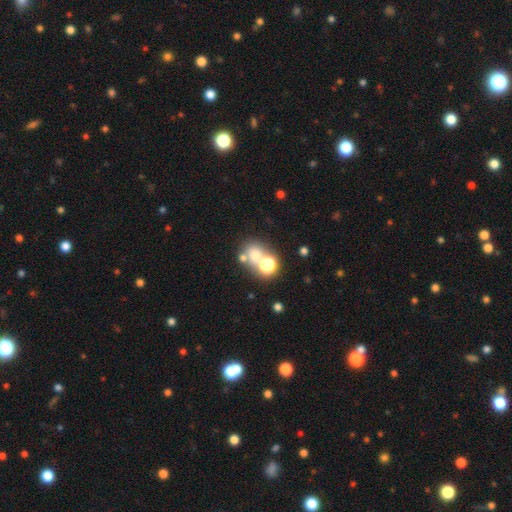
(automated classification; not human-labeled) Smooth or featured: smooth — 61% (star or artifact — 23%)
How rounded: round — 72% (in between — 27%)
Merging: none — 46% (merger — 39%)